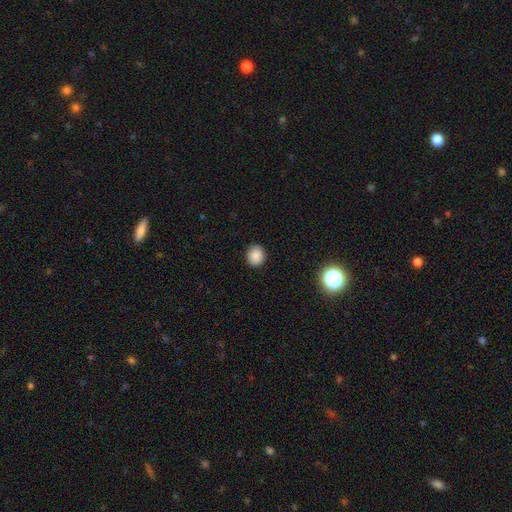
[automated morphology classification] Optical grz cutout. It shows a smooth galaxy with no disk features (87%) that is round (75%). Merging: none (91%).